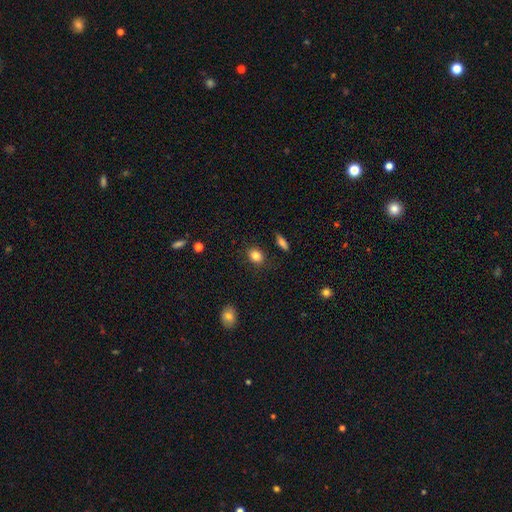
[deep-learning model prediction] Overall: smooth (85%). How rounded: round (53%; in between 46%). Merging: none (86%).